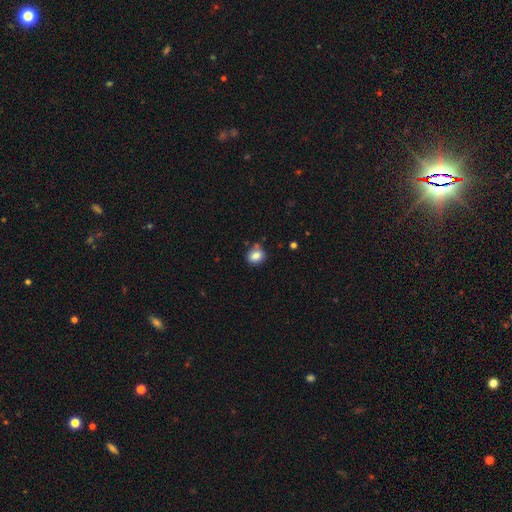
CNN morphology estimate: smooth_or_featured: smooth (p=0.85) [alt: star or artifact p=0.09]
how_rounded: round (p=0.53) [alt: in between p=0.46]
merging: none (p=0.71) [alt: minor disturbance p=0.18]